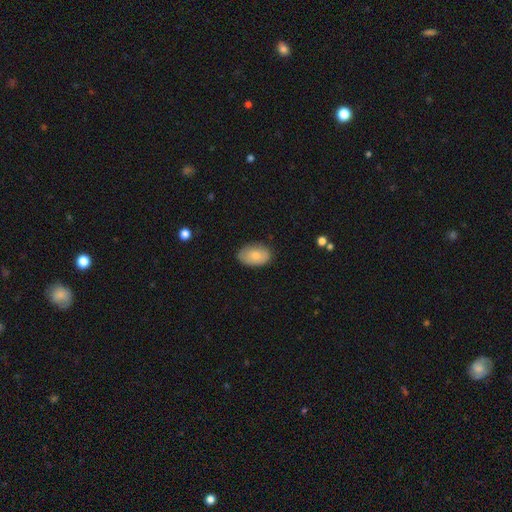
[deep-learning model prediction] The model was most divided on "smooth or featured": smooth: 78%, featured or disk: 15%, star or artifact: 7%. More confident: how rounded — in between (90%); merging — none (81%).